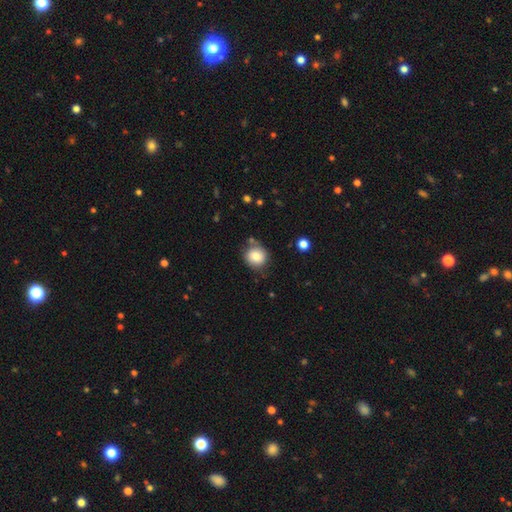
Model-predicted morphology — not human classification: type=smooth (81%); roundness=round (87%); merging=none (75%).